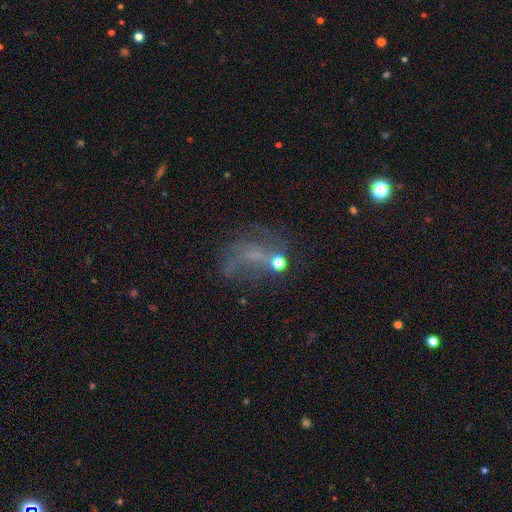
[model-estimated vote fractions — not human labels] Smooth or featured?
  - featured or disk: 46% *
  - star or artifact: 28%
  - smooth: 26%
Merging?
  - none: 39% *
  - major disturbance: 34%
  - minor disturbance: 18%
  - merger: 9%